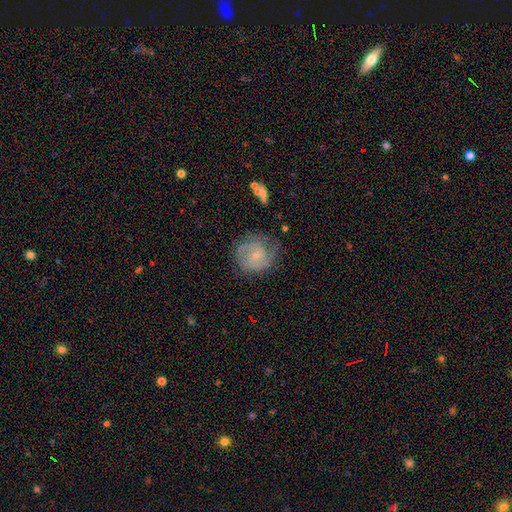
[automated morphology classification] featured or disk 74%, smooth 19%, star or artifact 7%. Down the decision tree: edge-on disk — no (98%); bar — no (61%); spiral arms — yes (92%); spiral arm count — 2 (49%); spiral winding — tight (49%); bulge size — small (75%); merging — none (63%).